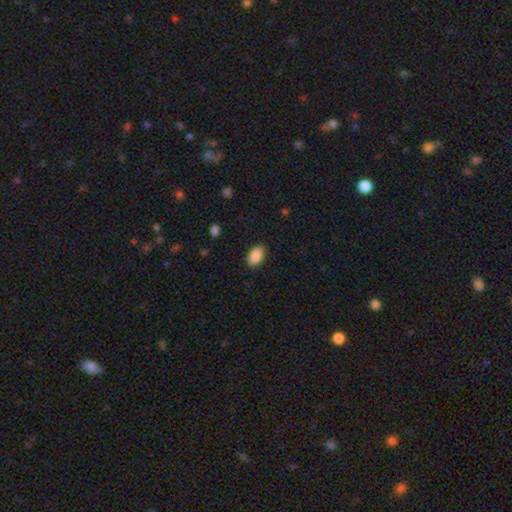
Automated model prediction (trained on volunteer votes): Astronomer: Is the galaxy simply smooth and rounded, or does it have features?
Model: smooth — 90%.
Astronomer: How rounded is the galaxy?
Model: in between — 90%.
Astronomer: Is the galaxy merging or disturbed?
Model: none — 88%.